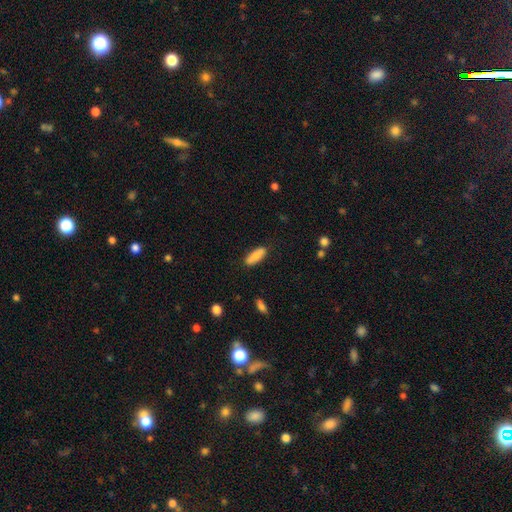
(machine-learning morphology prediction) This is clearly a smooth galaxy (86%). How rounded: likely in between (68%). Merging: clearly none (84%).